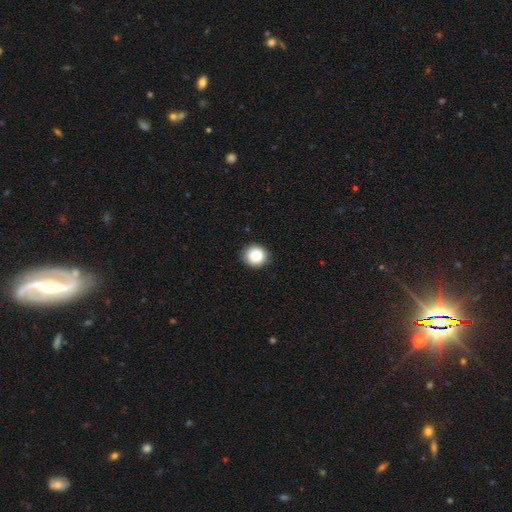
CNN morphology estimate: A smooth galaxy with no disk features (87%) that is round (90%). Merging: none (90%).